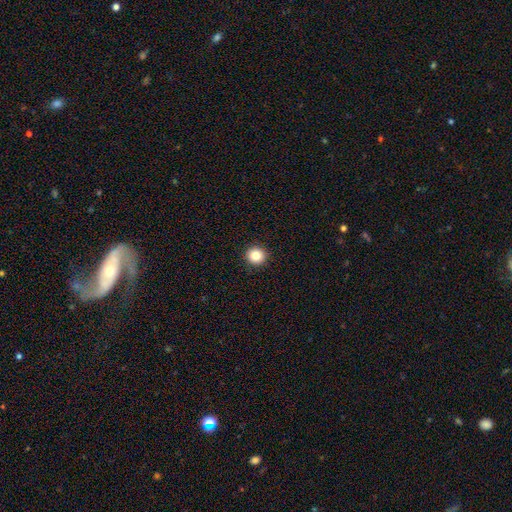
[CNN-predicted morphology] A smooth galaxy with no disk features (85%) that is round (94%). Merging: none (93%).